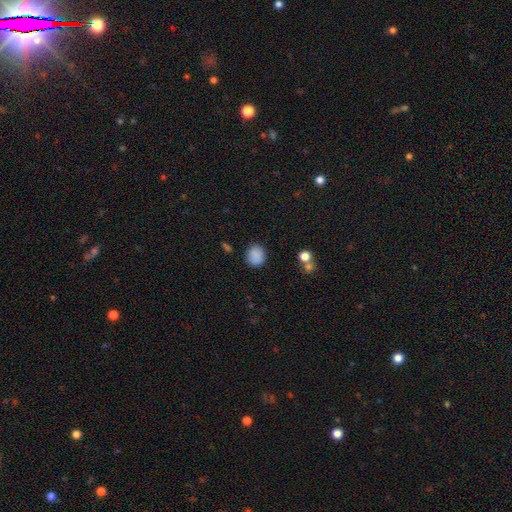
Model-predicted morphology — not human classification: Smooth or featured? smooth (87%)
How rounded? round (74%)
Merging? none (84%)